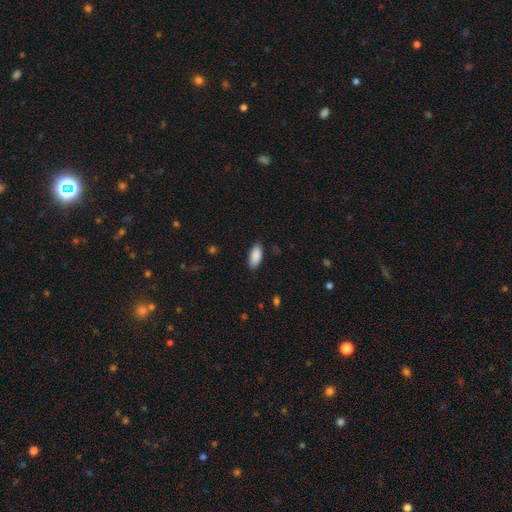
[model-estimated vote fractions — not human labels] Morphology: type=smooth (90%); roundness=in between (90%); merging=none (87%).